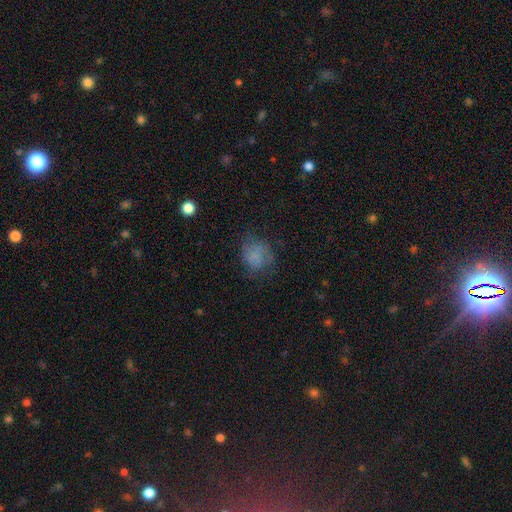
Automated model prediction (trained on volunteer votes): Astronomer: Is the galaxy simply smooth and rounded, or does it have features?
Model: smooth — 69%.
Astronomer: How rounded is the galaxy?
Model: round — 61% (runner-up: in between, 38%).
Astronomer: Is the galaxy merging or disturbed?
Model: none — 61%.